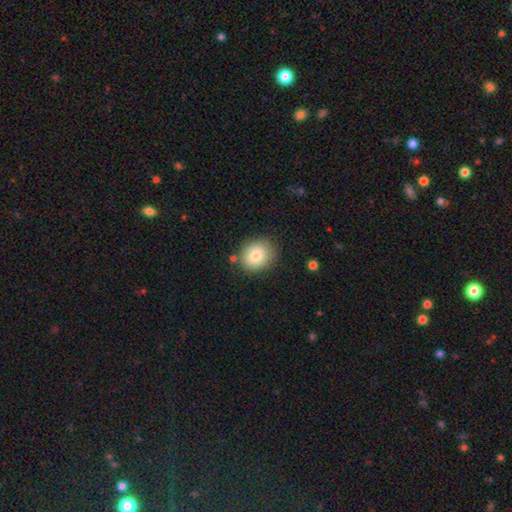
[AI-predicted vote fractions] The model was most divided on "how rounded": round: 70%, in between: 29%, cigar-shaped: 1%. More confident: smooth or featured — smooth (82%); merging — none (78%).